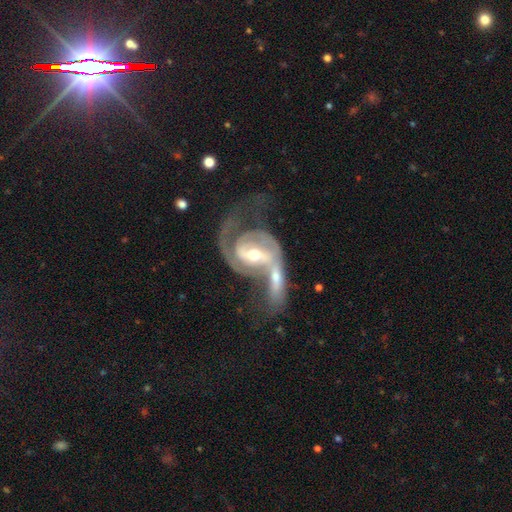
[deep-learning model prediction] A featured or disk galaxy (89%) with a weak bar (40%, tied with strong), 2 (77%) medium (46%) spiral arms (95%) and a moderate central bulge (58%). Merging: merger (58%).